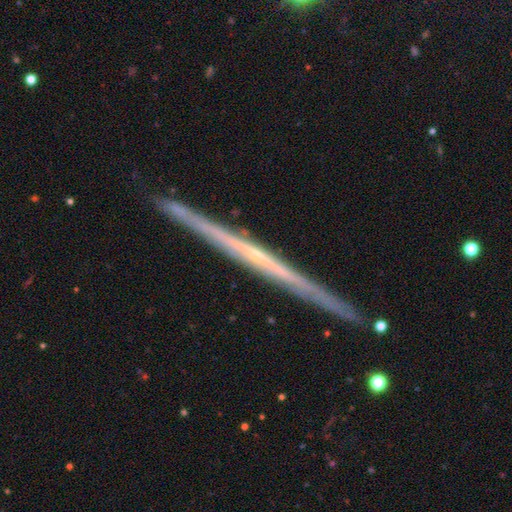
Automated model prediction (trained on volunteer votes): A featured or disk galaxy (81%) viewed edge-on (98%) with no central bulge (65%).

Vote fractions:
- Smooth or featured? featured or disk: 81% / smooth: 12% / star or artifact: 7%
- Edge-on disk? yes: 98% / no: 2%
- Edge-on bulge? none: 65% / rounded: 30% / boxy: 5%
- Merging? none: 90% / minor disturbance: 7% / merger: 1% / major disturbance: 1%